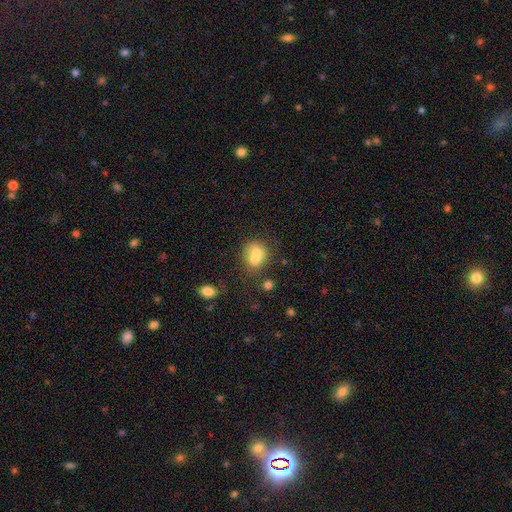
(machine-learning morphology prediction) Smooth or featured? Predicted: smooth (p=0.68). How rounded? Predicted: round (p=0.58). Merging? Predicted: merger (p=0.51).